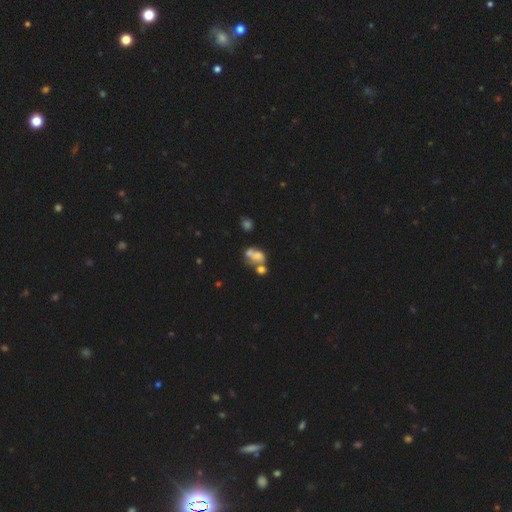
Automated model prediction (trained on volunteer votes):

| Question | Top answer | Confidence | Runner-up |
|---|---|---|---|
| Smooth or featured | smooth | 50% | featured or disk (35%) |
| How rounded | in between | 73% | round (25%) |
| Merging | merger | 51% | none (22%) |